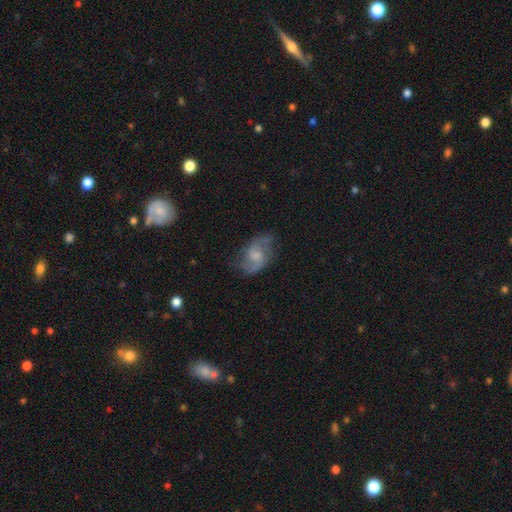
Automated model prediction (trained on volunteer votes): This is likely a featured or disk galaxy (70%). It is clearly not viewed edge-on (97%). Bar: possibly no (52%). Spiral arm pattern: clearly yes (89%). Spiral arm count: clearly 2 (85%). Spiral winding: marginally loose (44%). Central bulge: marginally moderate (41%). Merging: likely none (63%).